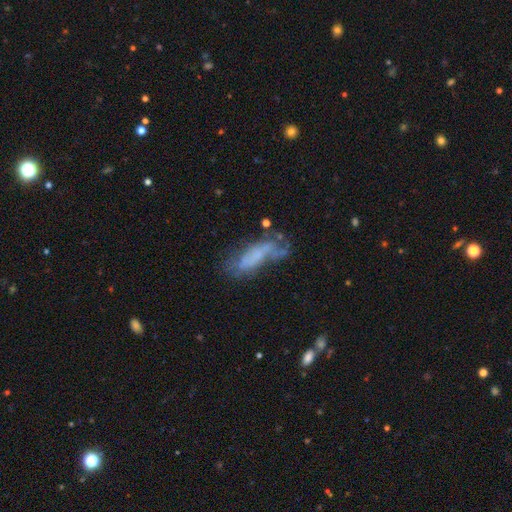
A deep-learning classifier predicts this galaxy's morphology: Q: Smooth or featured?
A: smooth (45%); runner-up: featured or disk (43%)
Q: Merging?
A: none (34%); runner-up: major disturbance (29%)